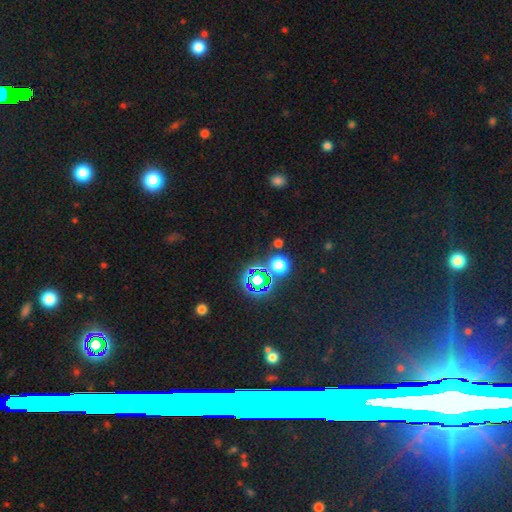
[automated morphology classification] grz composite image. It shows a star or artifact, not a galaxy (72%).